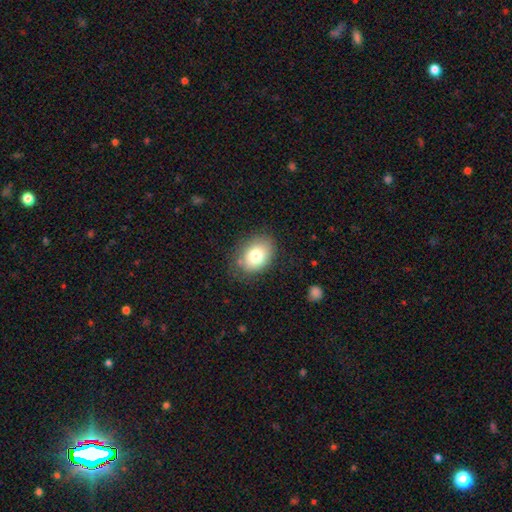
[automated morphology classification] Overall: smooth (77%). How rounded: in between (67%; round 32%). Merging: none (77%).